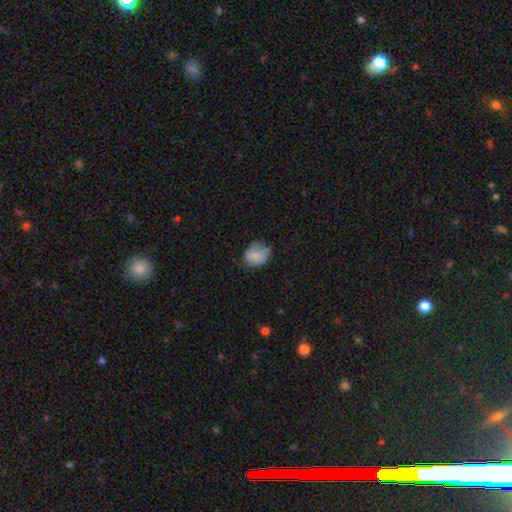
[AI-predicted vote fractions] Morphology: type=smooth (77%); roundness=round (53%); merging=none (44%).